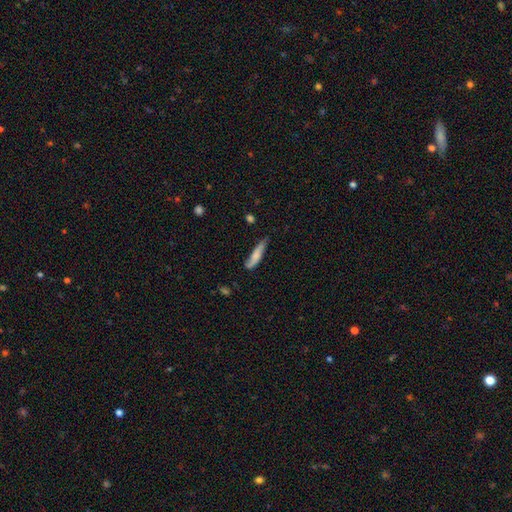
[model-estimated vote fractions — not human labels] smooth_or_featured: smooth (p=0.71) [alt: featured or disk p=0.23]
how_rounded: cigar-shaped (p=0.78) [alt: in between p=0.20]
merging: none (p=0.57) [alt: minor disturbance p=0.32]